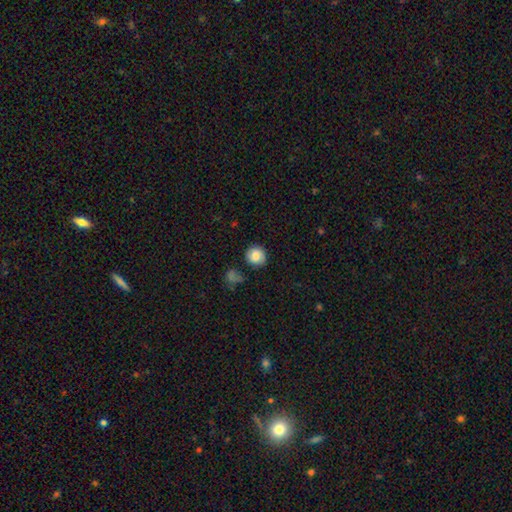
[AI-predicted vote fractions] This is clearly a smooth galaxy (81%). How rounded: clearly round (88%). Merging: clearly none (80%).